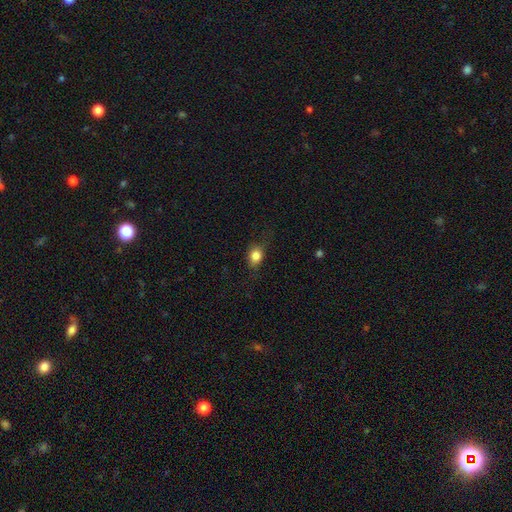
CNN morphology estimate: Smooth or featured? smooth (83%)
How rounded? in between (51%)
Merging? none (71%)